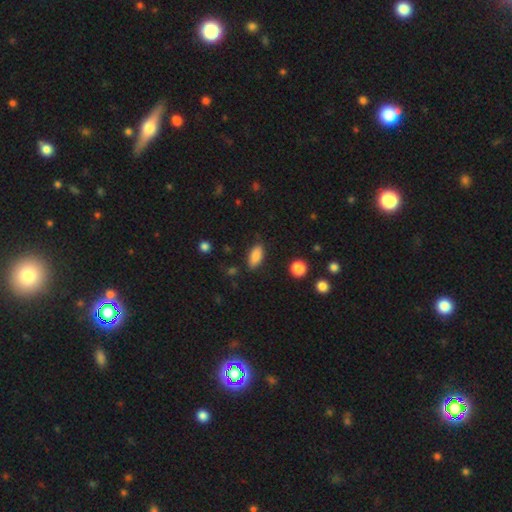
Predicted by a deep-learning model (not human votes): Smooth or featured? Predicted: smooth (p=0.84). How rounded? Predicted: in between (p=0.85). Merging? Predicted: none (p=0.84).